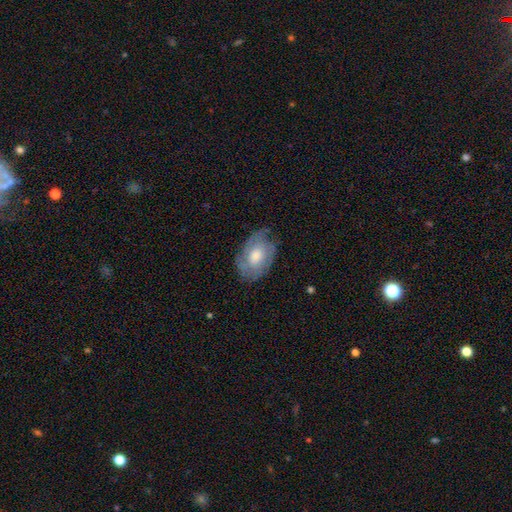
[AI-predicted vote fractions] A featured or disk galaxy (56%) with no bar (77%), spiral arms (73%) and a moderate central bulge (64%). Merging: none (66%).